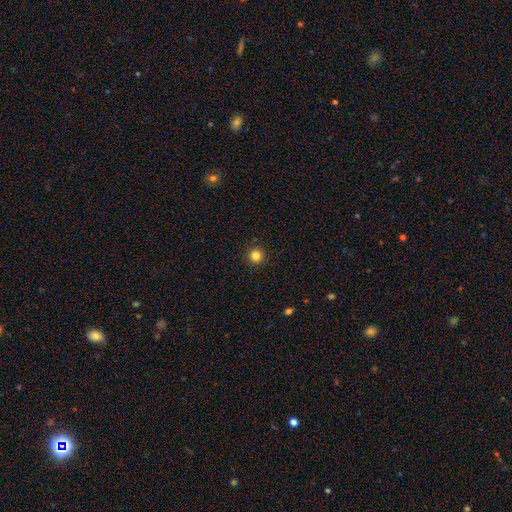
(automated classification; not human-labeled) This appears to be a smooth galaxy with no disk features (83%) that is round (96%). Merging: none (93%).